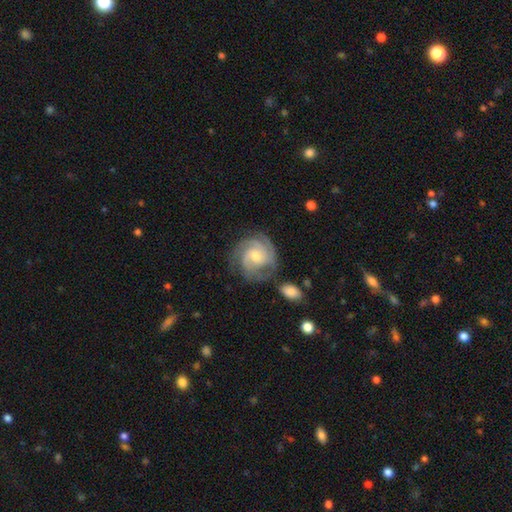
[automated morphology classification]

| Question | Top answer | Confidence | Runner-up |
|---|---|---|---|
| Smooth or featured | featured or disk | 86% | smooth (9%) |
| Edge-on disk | no | 98% | yes (2%) |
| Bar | no | 64% | weak (30%) |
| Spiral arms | yes | 98% | no (2%) |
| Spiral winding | tight | 65% | medium (30%) |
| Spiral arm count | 3 | 47% | 2 (22%) |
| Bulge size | moderate | 48% | small (47%) |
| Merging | none | 74% | minor disturbance (16%) |